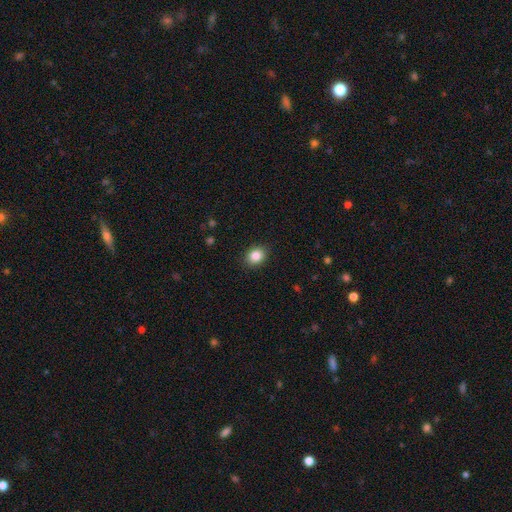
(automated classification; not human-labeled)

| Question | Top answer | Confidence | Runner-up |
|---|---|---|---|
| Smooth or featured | smooth | 85% | star or artifact (10%) |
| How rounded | round | 55% | in between (44%) |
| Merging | none | 90% | minor disturbance (7%) |